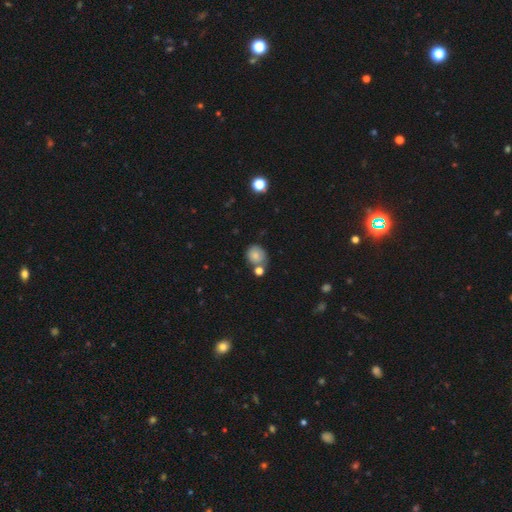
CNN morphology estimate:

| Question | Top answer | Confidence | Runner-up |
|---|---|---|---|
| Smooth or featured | smooth | 79% | featured or disk (11%) |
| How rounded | round | 76% | in between (23%) |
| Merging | none | 61% | merger (21%) |